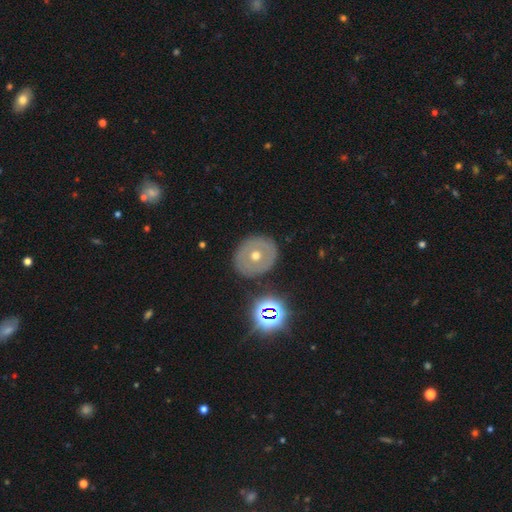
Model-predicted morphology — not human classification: Smooth or featured? featured or disk (47%)
Merging? none (84%)